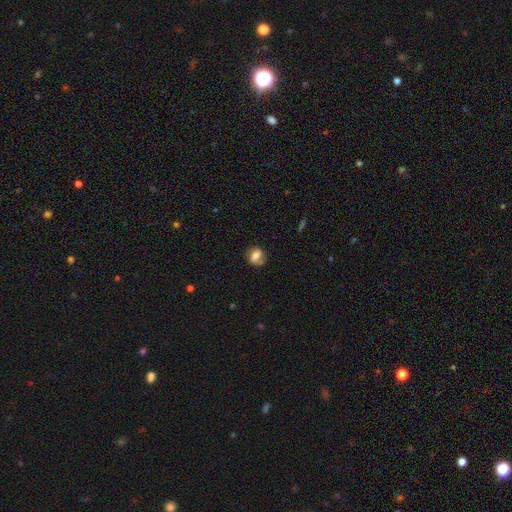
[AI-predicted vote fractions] smooth_or_featured: smooth (p=0.59) [alt: featured or disk p=0.32]
how_rounded: in between (p=0.50) [alt: round p=0.48]
merging: none (p=0.65) [alt: minor disturbance p=0.23]